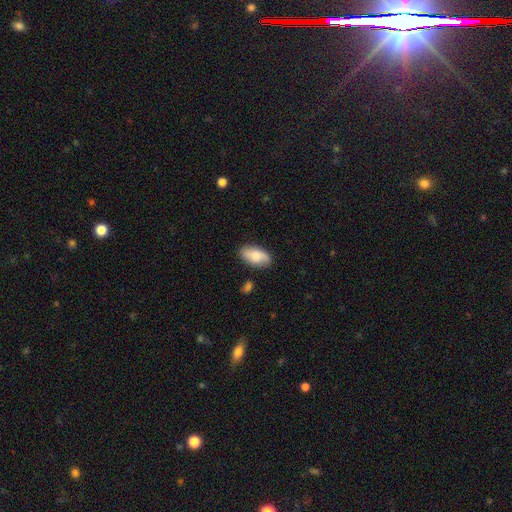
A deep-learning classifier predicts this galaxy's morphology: Smooth or featured: smooth — 75% (featured or disk — 18%)
How rounded: in between — 93% (cigar-shaped — 3%)
Merging: none — 78% (minor disturbance — 16%)